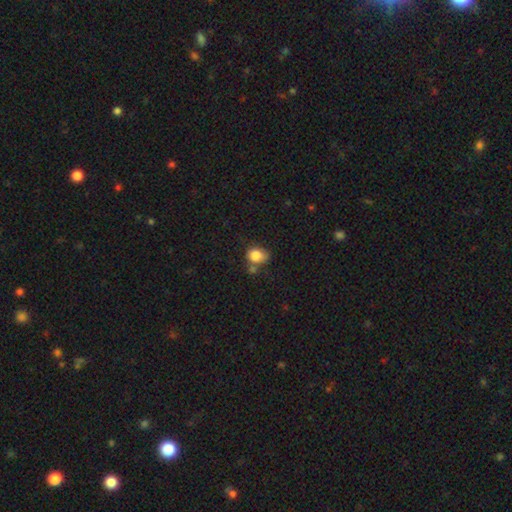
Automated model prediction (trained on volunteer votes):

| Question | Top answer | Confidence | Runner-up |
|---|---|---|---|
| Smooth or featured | smooth | 84% | star or artifact (9%) |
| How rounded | in between | 54% | round (44%) |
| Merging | none | 42% | minor disturbance (25%) |